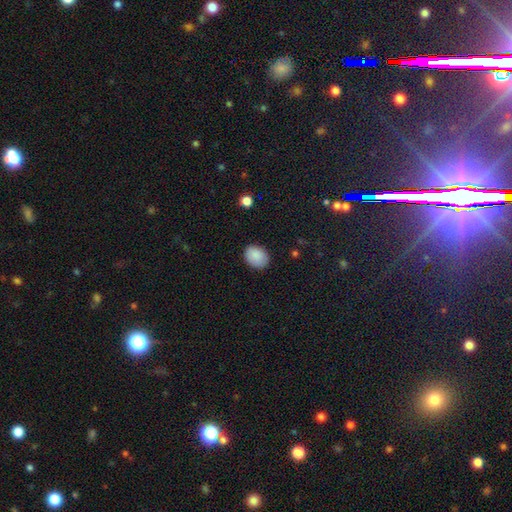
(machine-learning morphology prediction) Smooth or featured?
  - smooth: 89% *
  - star or artifact: 8%
  - featured or disk: 4%
How rounded?
  - in between: 61% *
  - round: 38%
  - cigar-shaped: 1%
Merging?
  - none: 85% *
  - minor disturbance: 12%
  - major disturbance: 2%
  - merger: 1%